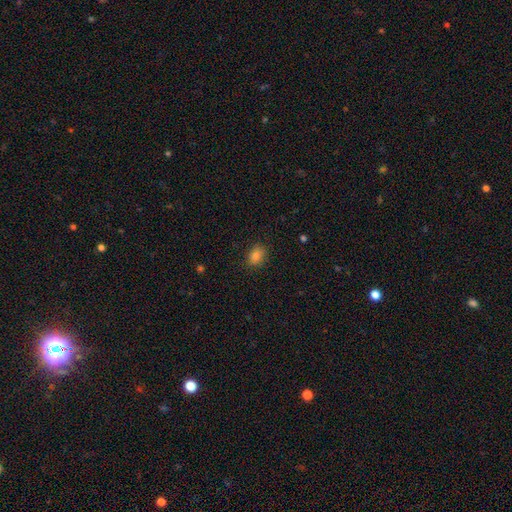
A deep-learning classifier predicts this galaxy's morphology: A smooth galaxy with no disk features (84%) that is in between round and cigar-shaped (75%). Merging: none (86%).